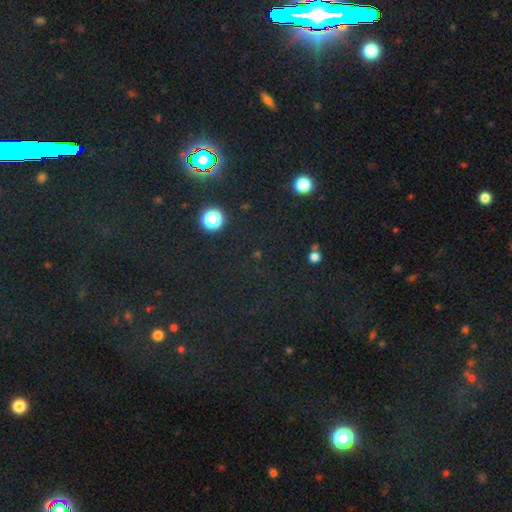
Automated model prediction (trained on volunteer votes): This appears to be a star or artifact, not a galaxy (71%).